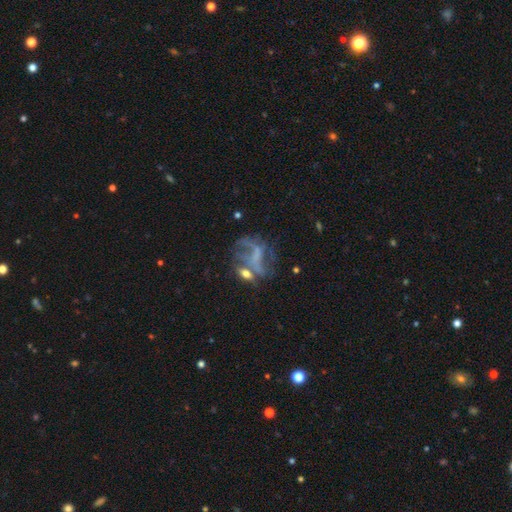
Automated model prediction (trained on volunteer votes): Smooth or featured?
  - featured or disk: 62% *
  - smooth: 21%
  - star or artifact: 17%
Edge-on disk?
  - no: 96% *
  - yes: 4%
Bar?
  - no: 62% *
  - weak: 25%
  - strong: 13%
Spiral arms?
  - no: 58% *
  - yes: 42%
Bulge size?
  - none: 64% *
  - small: 18%
  - moderate: 13%
  - large: 3%
  - dominant: 1%
Merging?
  - major disturbance: 34% *
  - none: 31%
  - merger: 19%
  - minor disturbance: 15%